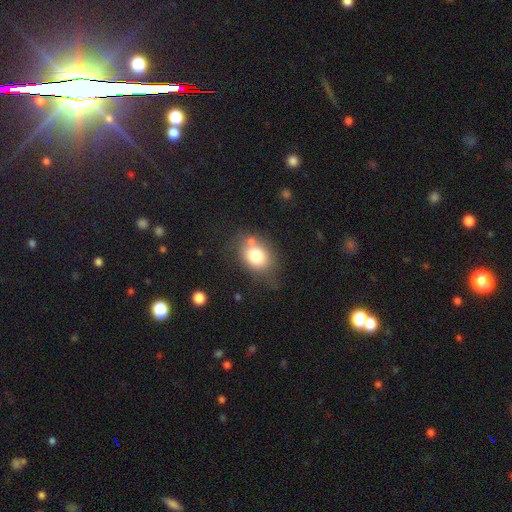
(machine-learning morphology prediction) This is likely a smooth galaxy (75%). How rounded: possibly in between (55%). Merging: likely none (60%).